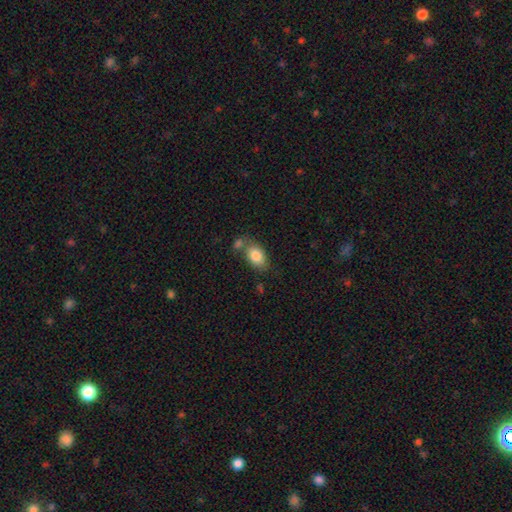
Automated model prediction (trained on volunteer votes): Smooth or featured? Predicted: smooth (p=0.84). How rounded? Predicted: in between (p=0.89). Merging? Predicted: none (p=0.56).